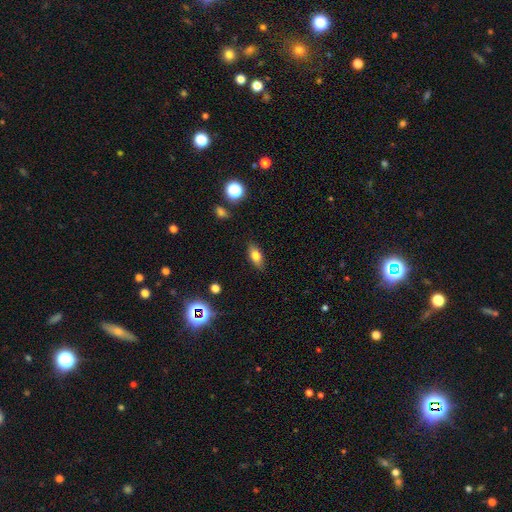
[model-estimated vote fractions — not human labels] The model was most divided on "smooth or featured": smooth: 76%, featured or disk: 14%, star or artifact: 10%. More confident: merging — none (86%); how rounded — in between (83%).